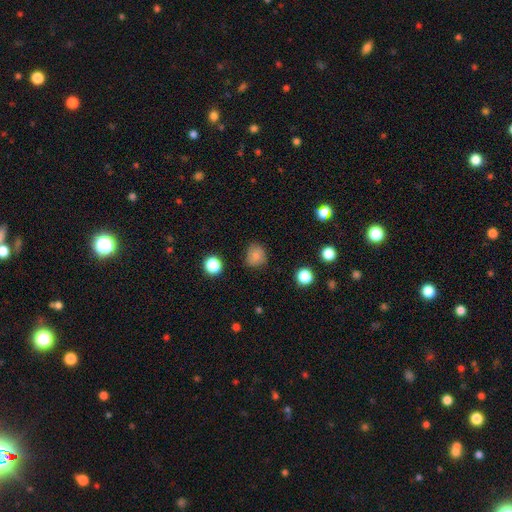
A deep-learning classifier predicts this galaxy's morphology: This is clearly a smooth galaxy (81%). How rounded: clearly round (83%). Merging: likely none (80%).